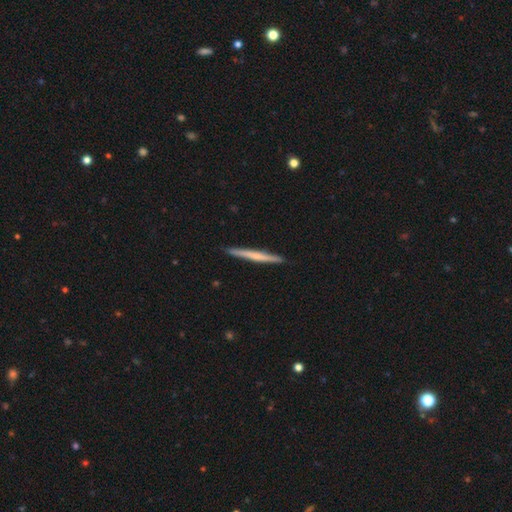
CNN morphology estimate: smooth-or-featured: featured or disk: 49% | smooth: 45% | star or artifact: 5%
  merging: none: 92% | minor disturbance: 6% | major disturbance: 1% | merger: 1%